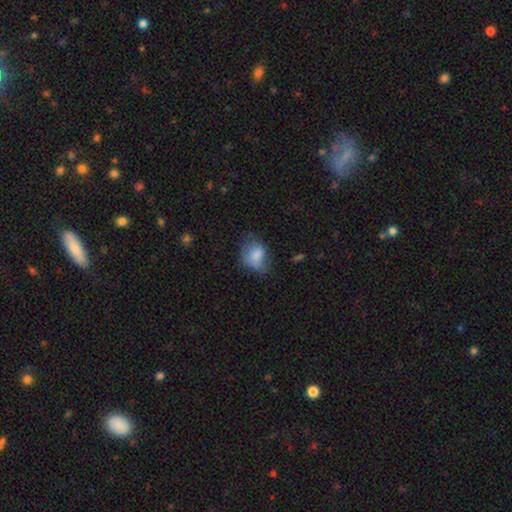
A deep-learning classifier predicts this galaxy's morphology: Q: Smooth or featured?
A: smooth (74%); runner-up: featured or disk (17%)
Q: How rounded?
A: in between (63%); runner-up: round (36%)
Q: Merging?
A: none (40%); runner-up: minor disturbance (36%)